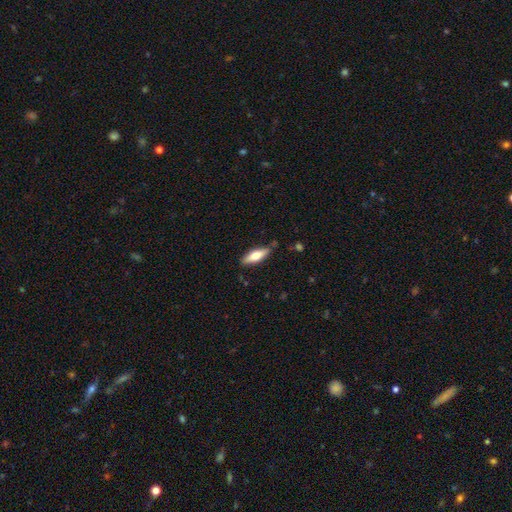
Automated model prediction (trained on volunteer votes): Q: Smooth or featured?
A: smooth (64%); runner-up: featured or disk (31%)
Q: How rounded?
A: in between (52%); runner-up: cigar-shaped (46%)
Q: Merging?
A: none (81%); runner-up: minor disturbance (14%)